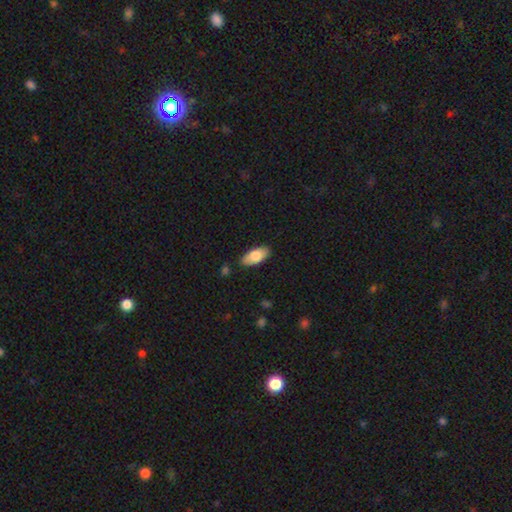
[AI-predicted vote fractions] A smooth galaxy with no disk features (77%) that is in between round and cigar-shaped (90%).

Vote fractions:
- Smooth or featured? smooth: 77% / featured or disk: 17% / star or artifact: 6%
- How rounded? in between: 90% / cigar-shaped: 8% / round: 2%
- Merging? none: 85% / minor disturbance: 11% / major disturbance: 2% / merger: 2%